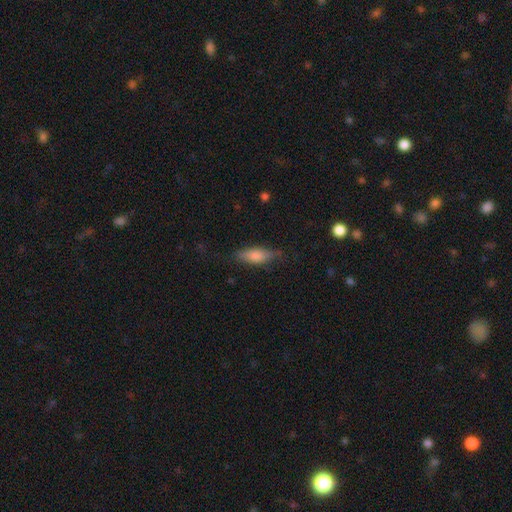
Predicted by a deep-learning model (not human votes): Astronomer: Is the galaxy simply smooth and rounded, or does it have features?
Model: smooth — 76%.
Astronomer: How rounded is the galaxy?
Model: in between — 67%.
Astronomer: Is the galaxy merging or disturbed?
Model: none — 70%.